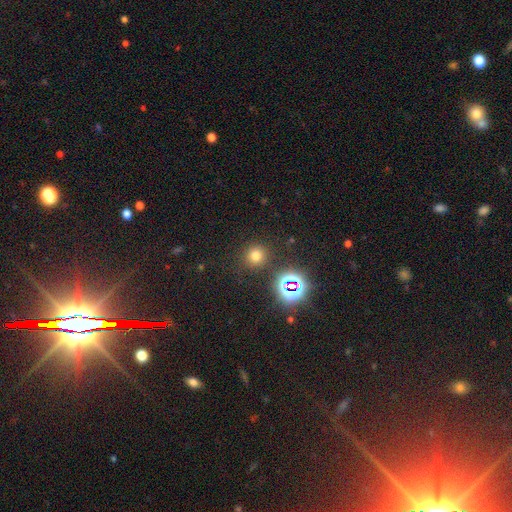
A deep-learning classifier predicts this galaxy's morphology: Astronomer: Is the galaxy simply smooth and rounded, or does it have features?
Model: smooth — 68%.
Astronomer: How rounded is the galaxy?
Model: round — 92%.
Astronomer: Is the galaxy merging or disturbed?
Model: none — 87%.